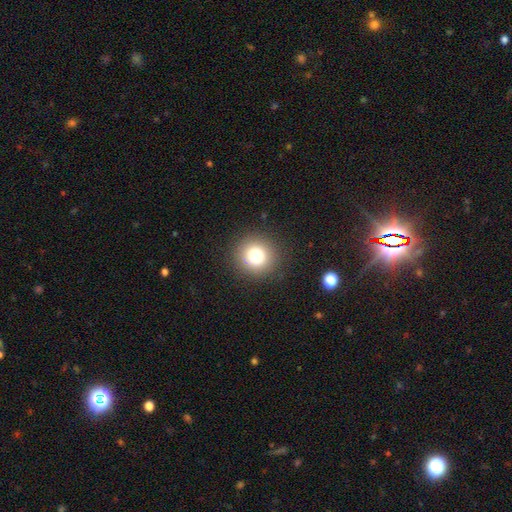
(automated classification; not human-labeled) Smooth or featured: smooth — 79% (star or artifact — 12%)
How rounded: round — 93% (in between — 6%)
Merging: none — 90% (minor disturbance — 6%)